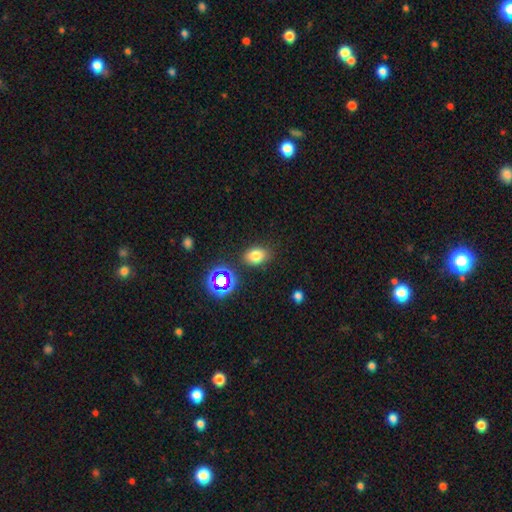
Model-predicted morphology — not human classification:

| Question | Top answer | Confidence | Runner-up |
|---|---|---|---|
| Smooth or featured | smooth | 74% | star or artifact (17%) |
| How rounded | in between | 72% | round (27%) |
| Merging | none | 82% | minor disturbance (12%) |